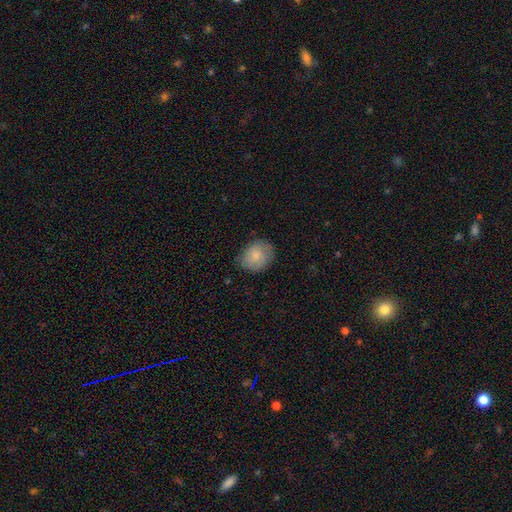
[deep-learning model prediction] Overall: smooth (81%). How rounded: round (54%; in between 45%). Merging: none (74%).